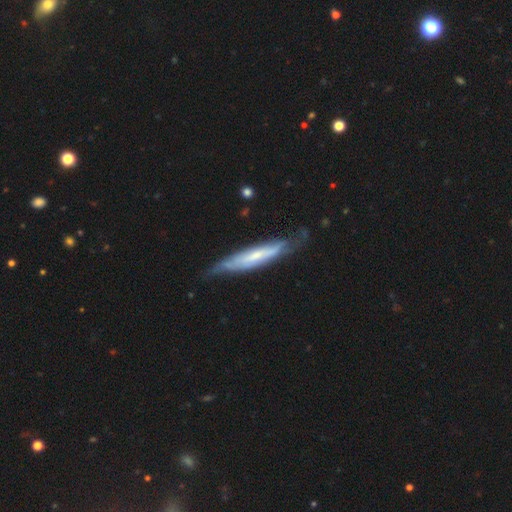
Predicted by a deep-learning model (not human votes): featured or disk 63%, smooth 32%, star or artifact 5%. Down the decision tree: edge-on disk — yes (61%); merging — none (63%).